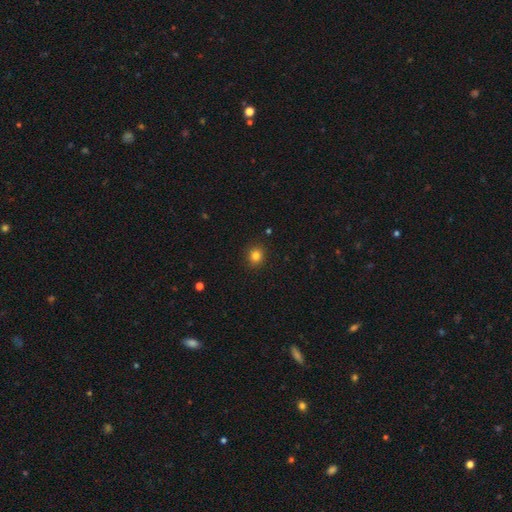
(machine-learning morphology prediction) This is clearly a smooth galaxy (82%). How rounded: clearly round (83%). Merging: clearly none (91%).